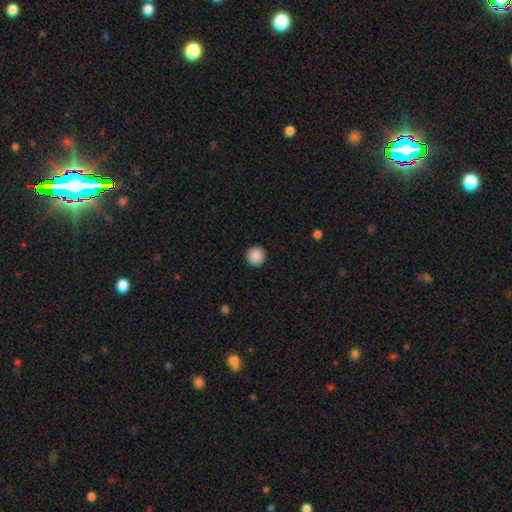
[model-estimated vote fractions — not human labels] This appears to be a smooth galaxy with no disk features (89%) that is round (96%). Merging: none (93%).